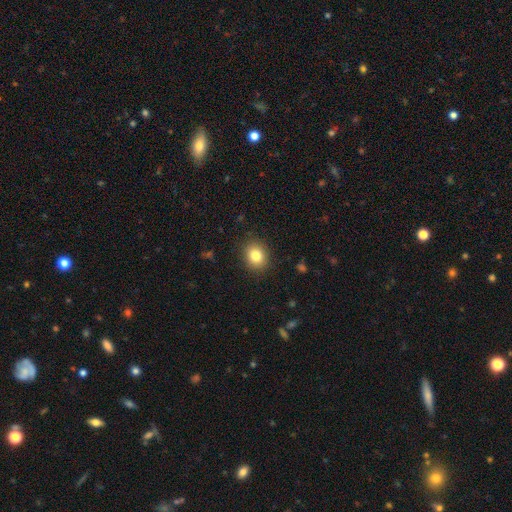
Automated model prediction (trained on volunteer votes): Smooth or featured?
  - smooth: 82% *
  - star or artifact: 10%
  - featured or disk: 8%
How rounded?
  - round: 62% *
  - in between: 38%
  - cigar-shaped: 1%
Merging?
  - none: 89% *
  - minor disturbance: 8%
  - major disturbance: 2%
  - merger: 1%